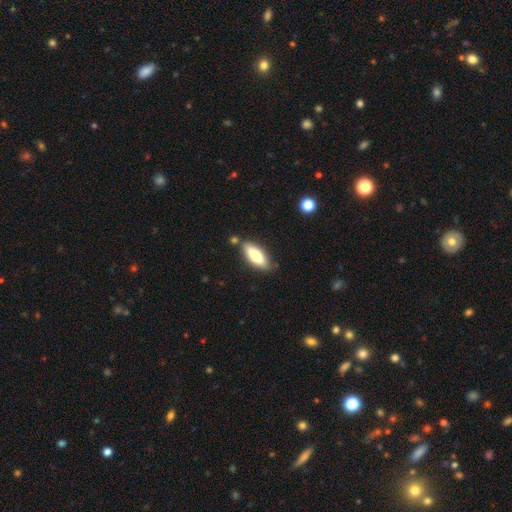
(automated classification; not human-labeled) Overall: smooth (76%). How rounded: in between (73%). Merging: none (78%).